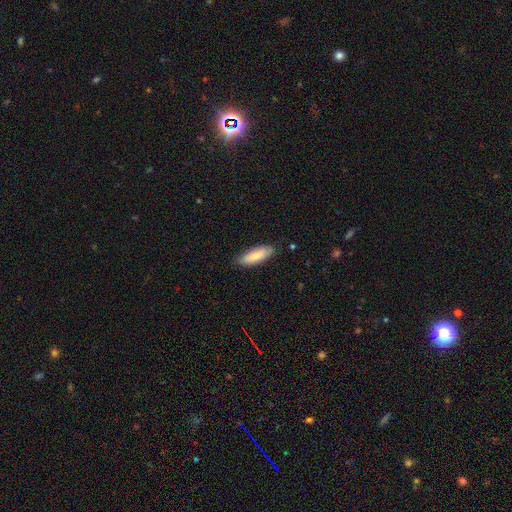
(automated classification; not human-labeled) Smooth or featured?
  - smooth: 82% *
  - featured or disk: 13%
  - star or artifact: 6%
How rounded?
  - in between: 58% *
  - cigar-shaped: 41%
  - round: 2%
Merging?
  - none: 81% *
  - minor disturbance: 15%
  - major disturbance: 2%
  - merger: 1%